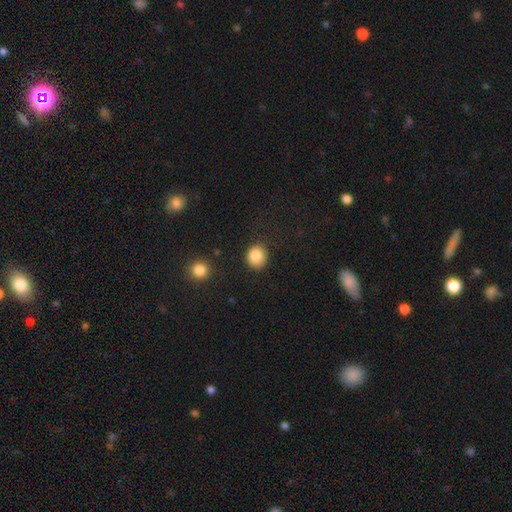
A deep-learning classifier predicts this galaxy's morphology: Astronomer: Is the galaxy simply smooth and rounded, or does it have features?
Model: smooth — 86%.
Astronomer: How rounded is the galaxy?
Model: round — 79%.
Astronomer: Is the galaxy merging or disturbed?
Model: none — 84%.